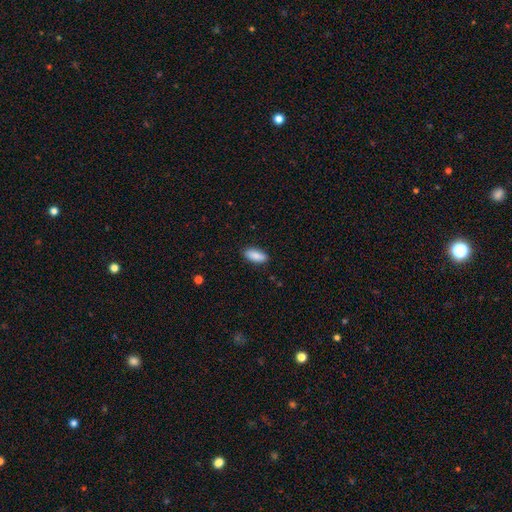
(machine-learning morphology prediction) smooth 87%, featured or disk 7%, star or artifact 6%. Down the decision tree: how rounded — in between (87%); merging — none (88%).